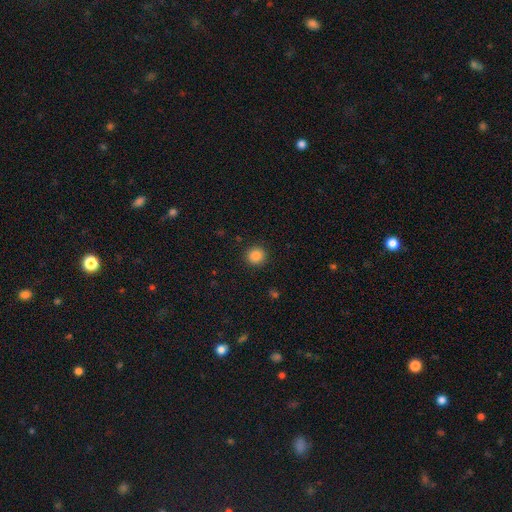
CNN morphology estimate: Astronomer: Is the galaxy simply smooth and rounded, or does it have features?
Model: smooth — 86%.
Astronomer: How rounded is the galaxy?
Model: round — 92%.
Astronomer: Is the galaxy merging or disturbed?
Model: none — 91%.